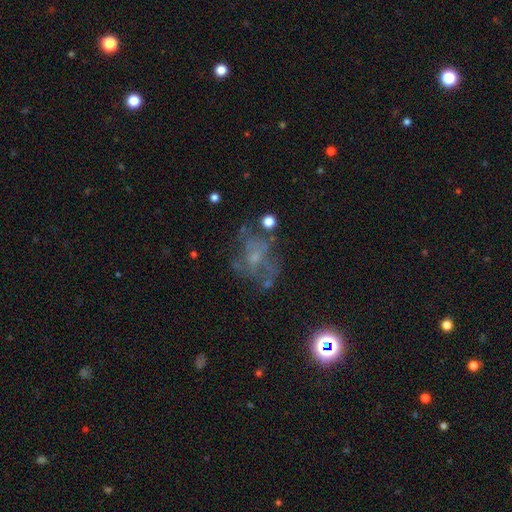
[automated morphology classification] This appears to be a featured or disk galaxy (55%) with no bar (81%), no spiral arms (60%) and a small central bulge (53%). Merging: none (50%).